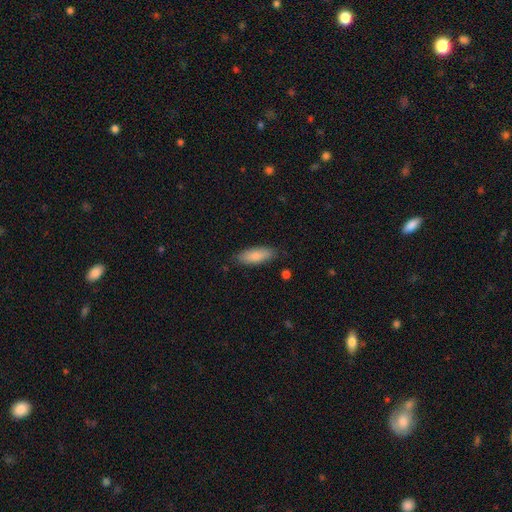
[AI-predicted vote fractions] A smooth galaxy with no disk features (84%) that is in between round and cigar-shaped (69%).

Vote fractions:
- Smooth or featured? smooth: 84% / featured or disk: 11% / star or artifact: 6%
- How rounded? in between: 69% / cigar-shaped: 29% / round: 2%
- Merging? none: 82% / minor disturbance: 14% / major disturbance: 3% / merger: 2%